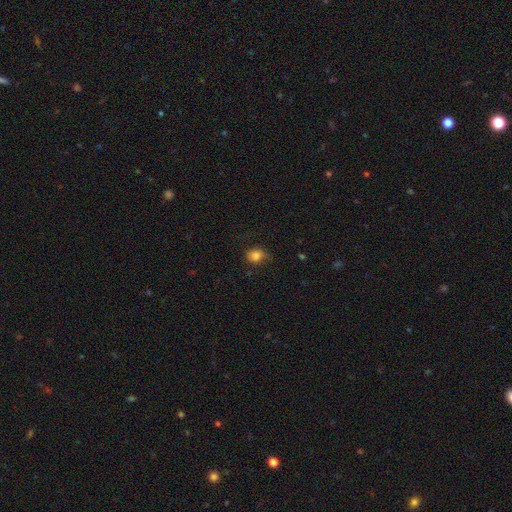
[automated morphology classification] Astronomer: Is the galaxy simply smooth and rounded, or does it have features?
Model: smooth — 80%.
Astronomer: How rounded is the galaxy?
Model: round — 51% (runner-up: in between, 48%).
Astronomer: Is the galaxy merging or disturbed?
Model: none — 58%.